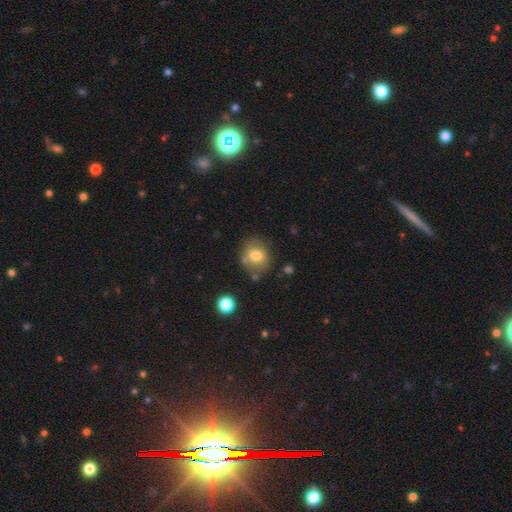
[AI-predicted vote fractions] Smooth or featured? smooth (74%)
How rounded? round (69%)
Merging? none (67%)